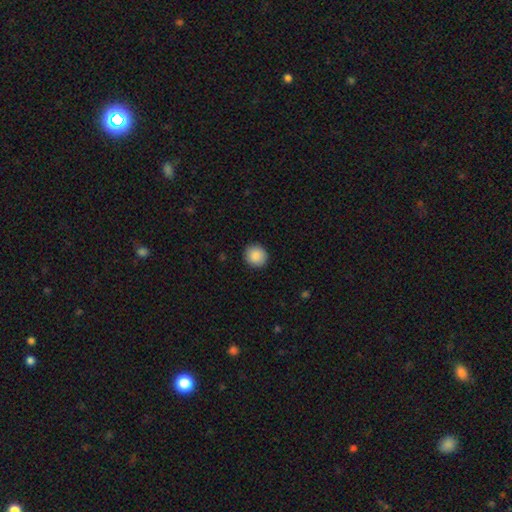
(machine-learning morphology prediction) Overall: smooth (89%). How rounded: round (88%). Merging: none (91%).